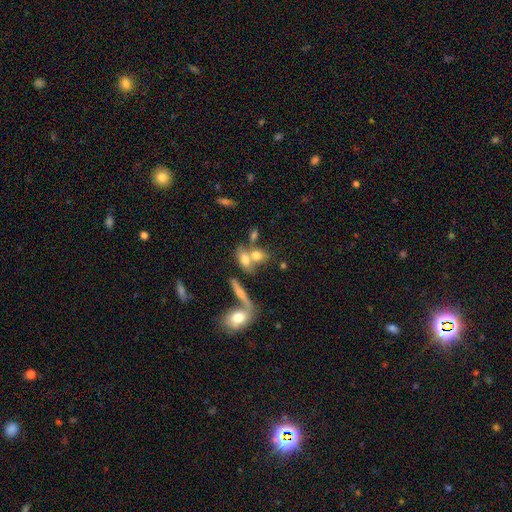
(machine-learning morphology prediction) Q: Smooth or featured?
A: smooth (69%); runner-up: featured or disk (20%)
Q: How rounded?
A: in between (65%); runner-up: round (27%)
Q: Merging?
A: merger (48%); runner-up: none (35%)